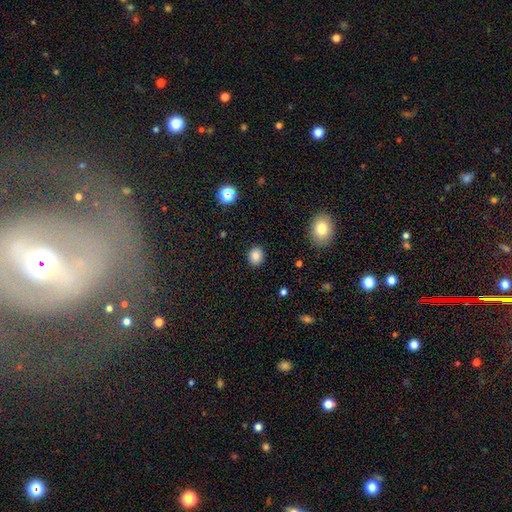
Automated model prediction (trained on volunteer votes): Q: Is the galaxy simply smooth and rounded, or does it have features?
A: smooth — 85%.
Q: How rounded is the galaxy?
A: round — 64%.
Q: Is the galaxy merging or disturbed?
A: none — 90%.